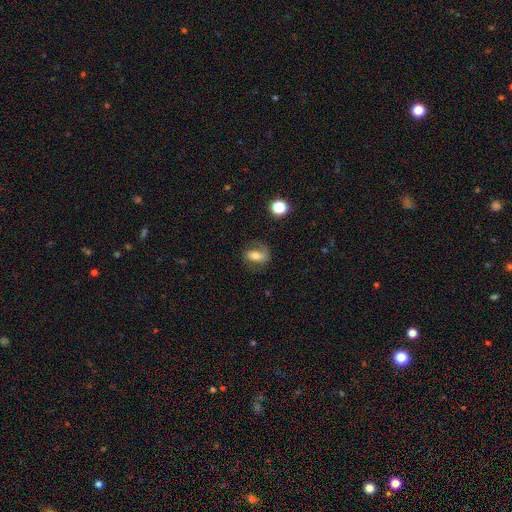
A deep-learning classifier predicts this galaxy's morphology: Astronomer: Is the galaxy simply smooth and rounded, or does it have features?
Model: featured or disk — 50% (runner-up: smooth, 40%).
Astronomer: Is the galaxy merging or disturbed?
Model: none — 68%.